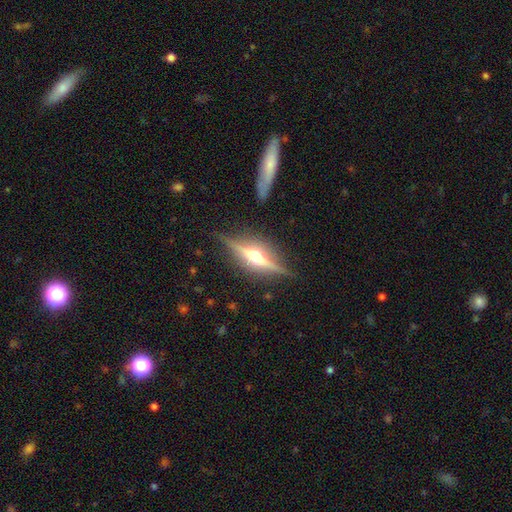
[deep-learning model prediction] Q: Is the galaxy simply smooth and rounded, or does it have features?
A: featured or disk — 80%.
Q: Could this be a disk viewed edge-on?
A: yes — 96%.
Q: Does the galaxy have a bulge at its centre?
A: rounded — 93%.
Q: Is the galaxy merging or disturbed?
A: none — 86%.